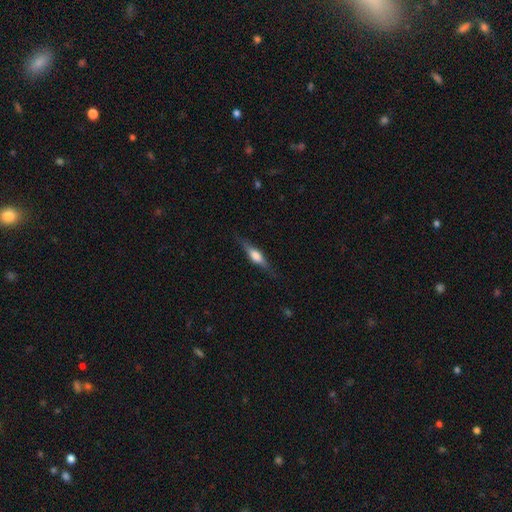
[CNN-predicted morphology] Overall: featured or disk (57%; smooth 36%). Edge-on disk: yes (95%). Edge-on bulge: rounded (83%). Merging: none (82%).